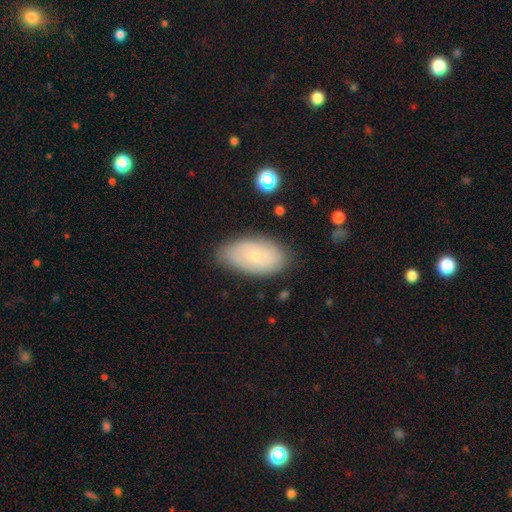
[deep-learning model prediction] smooth-or-featured: smooth: 60% | featured or disk: 32% | star or artifact: 8%
  how-rounded: in between: 93% | round: 4% | cigar-shaped: 2%
  merging: none: 74% | minor disturbance: 20% | major disturbance: 4% | merger: 2%